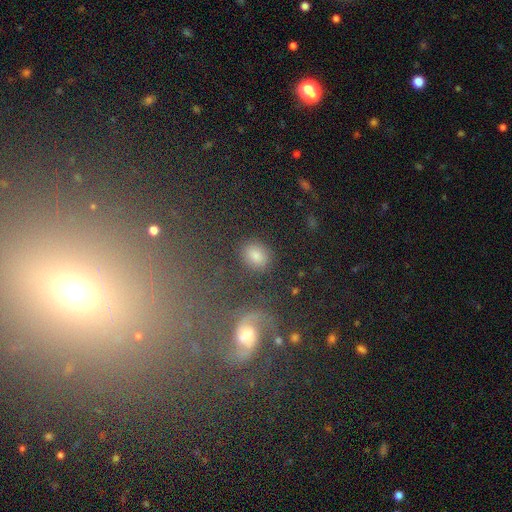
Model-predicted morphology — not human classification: Overall: smooth (75%). How rounded: round (49%, tied with in between). Merging: none (81%).